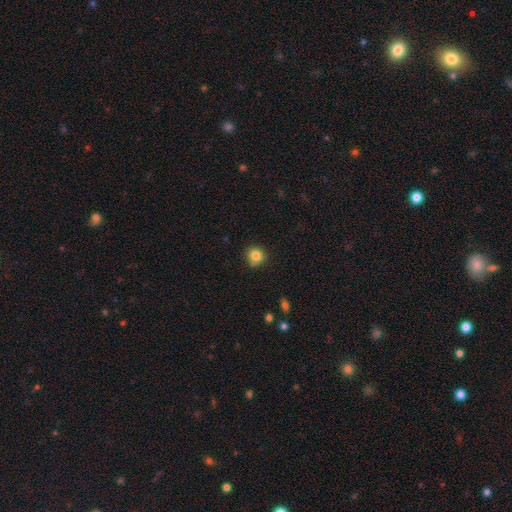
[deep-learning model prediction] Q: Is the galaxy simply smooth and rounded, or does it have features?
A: smooth — 83%.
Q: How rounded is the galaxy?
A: round — 90%.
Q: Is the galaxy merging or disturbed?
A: none — 80%.